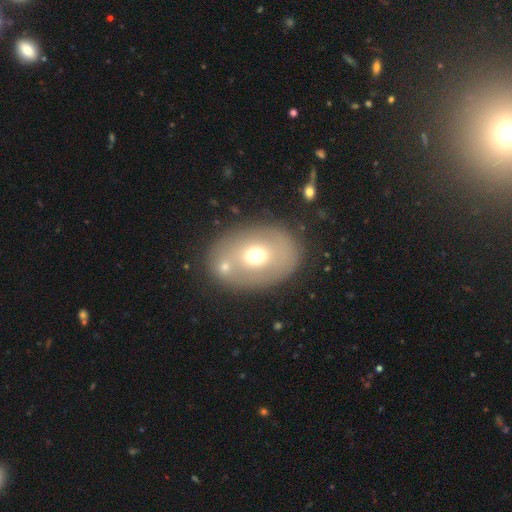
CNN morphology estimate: Smooth or featured?
  - smooth: 58% *
  - featured or disk: 32%
  - star or artifact: 10%
How rounded?
  - in between: 70% *
  - round: 29%
  - cigar-shaped: 1%
Merging?
  - none: 70% *
  - minor disturbance: 13%
  - merger: 12%
  - major disturbance: 5%